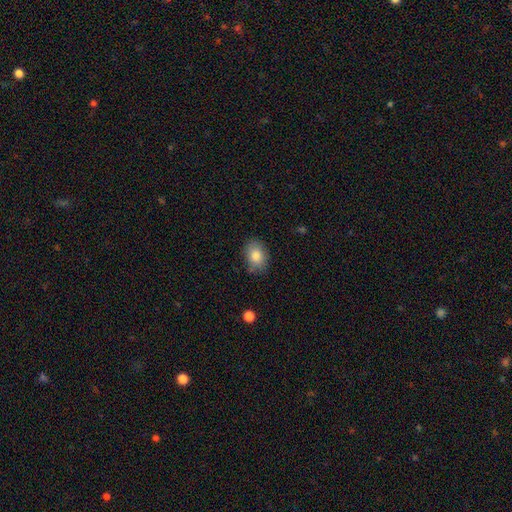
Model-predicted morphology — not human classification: Smooth or featured?
  - smooth: 84% *
  - featured or disk: 8%
  - star or artifact: 8%
How rounded?
  - in between: 74% *
  - round: 25%
  - cigar-shaped: 1%
Merging?
  - none: 79% *
  - minor disturbance: 16%
  - major disturbance: 3%
  - merger: 2%